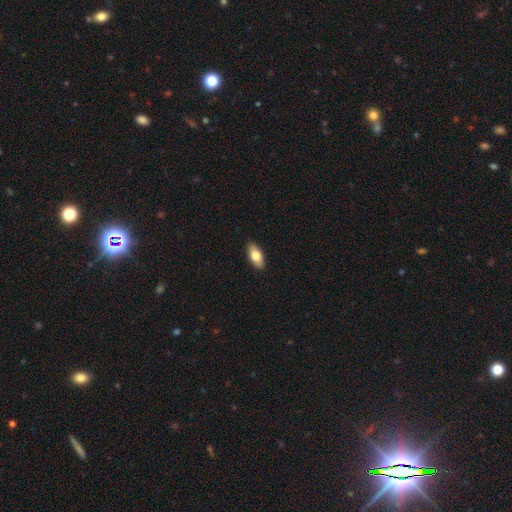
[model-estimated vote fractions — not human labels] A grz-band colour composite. It shows a smooth galaxy with no disk features (78%) that is in between round and cigar-shaped (89%). Merging: none (90%).